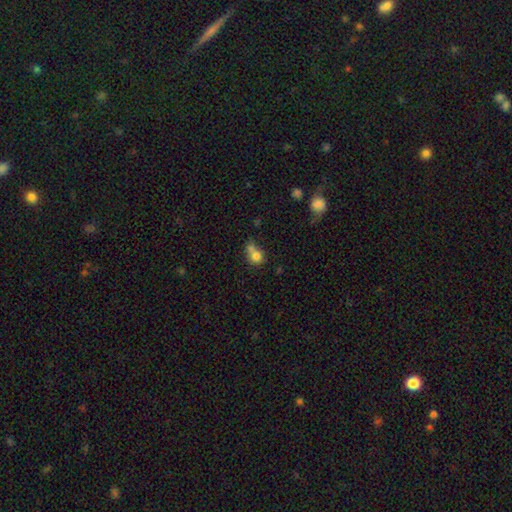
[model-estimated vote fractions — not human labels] This is likely a smooth galaxy (76%). How rounded: likely round (71%). Merging: possibly merger (51%).